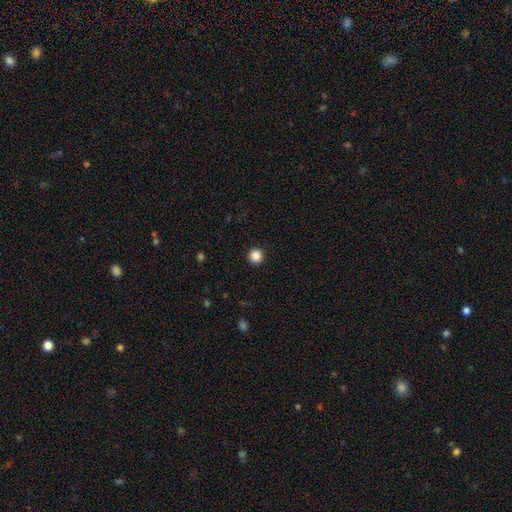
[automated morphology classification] smooth-or-featured: smooth: 87% | star or artifact: 10% | featured or disk: 3%
  how-rounded: round: 96% | in between: 3% | cigar-shaped: 1%
  merging: none: 94% | minor disturbance: 4% | major disturbance: 2% | merger: 1%